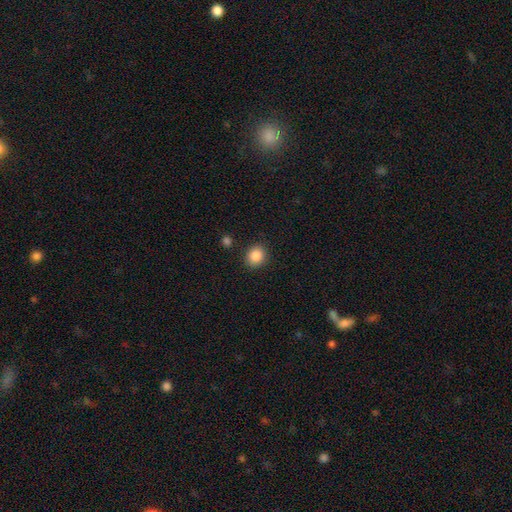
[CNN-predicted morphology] Q: Smooth or featured?
A: smooth (86%); runner-up: star or artifact (9%)
Q: How rounded?
A: round (77%); runner-up: in between (22%)
Q: Merging?
A: none (88%); runner-up: minor disturbance (7%)